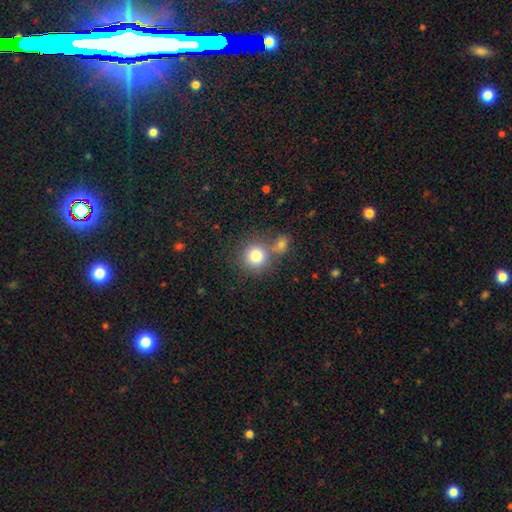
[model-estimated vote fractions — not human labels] Q: Smooth or featured?
A: smooth (81%); runner-up: star or artifact (11%)
Q: How rounded?
A: round (91%); runner-up: in between (8%)
Q: Merging?
A: none (63%); runner-up: merger (23%)